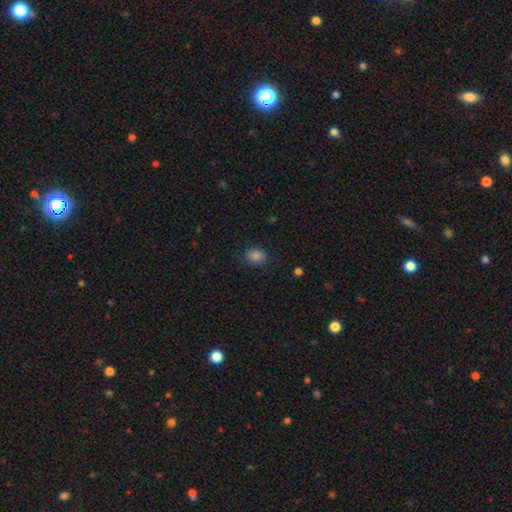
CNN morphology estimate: The model was most divided on "how rounded": in between: 59%, round: 40%, cigar-shaped: 1%. More confident: merging — none (84%); smooth or featured — smooth (83%).